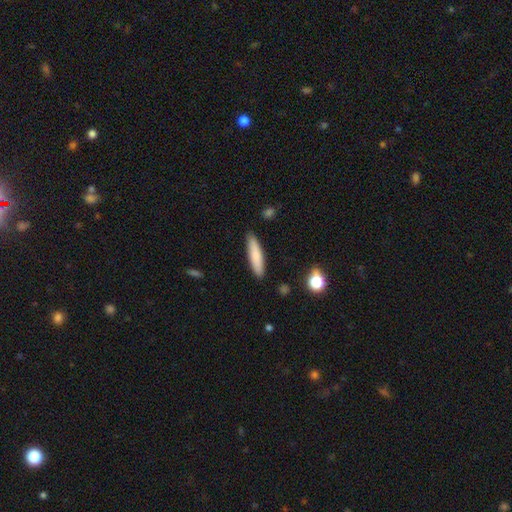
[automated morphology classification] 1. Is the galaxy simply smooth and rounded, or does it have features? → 80% smooth, 13% featured or disk, 6% star or artifact.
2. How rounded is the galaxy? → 83% cigar-shaped, 16% in between, 1% round.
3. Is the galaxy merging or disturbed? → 89% none, 8% minor disturbance, 2% major disturbance, 1% merger.